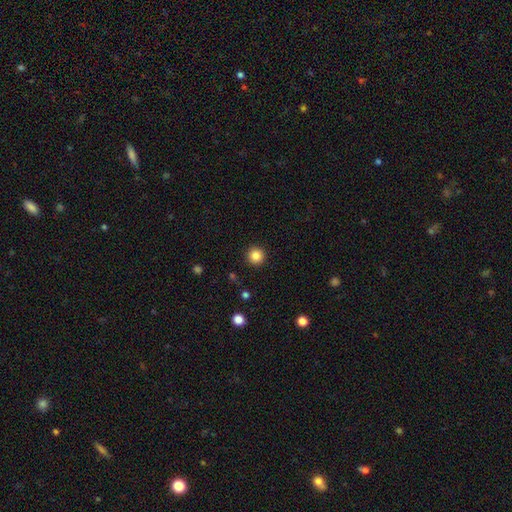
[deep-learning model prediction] The model was most divided on "smooth or featured": smooth: 85%, star or artifact: 11%, featured or disk: 4%. More confident: how rounded — round (96%); merging — none (93%).